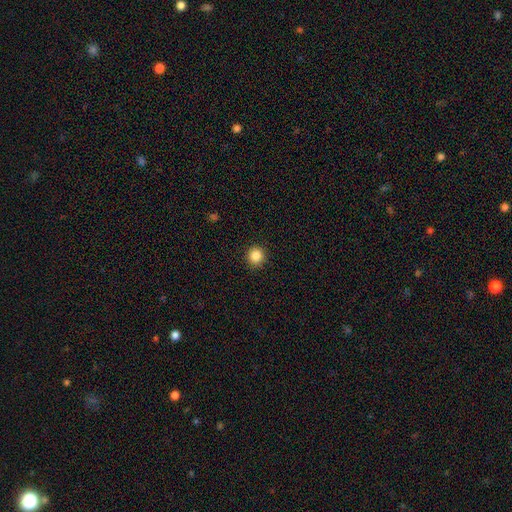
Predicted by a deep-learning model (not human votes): Overall: smooth (86%). How rounded: round (92%). Merging: none (91%).